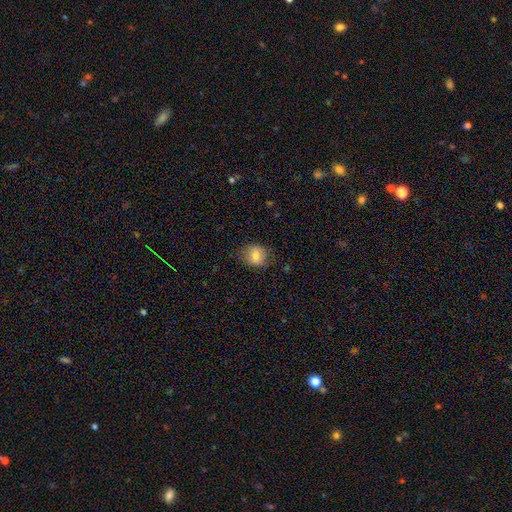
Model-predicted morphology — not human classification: This appears to be a smooth galaxy with no disk features (75%) that is round (60%). Merging: none (74%).